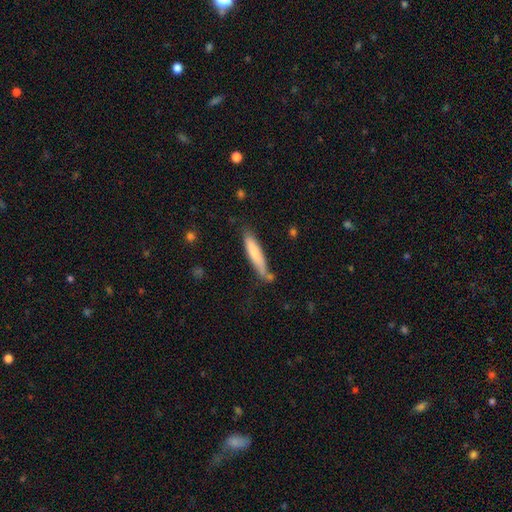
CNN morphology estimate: Q: Smooth or featured?
A: smooth (75%); runner-up: featured or disk (20%)
Q: How rounded?
A: cigar-shaped (88%); runner-up: in between (11%)
Q: Merging?
A: none (67%); runner-up: minor disturbance (21%)